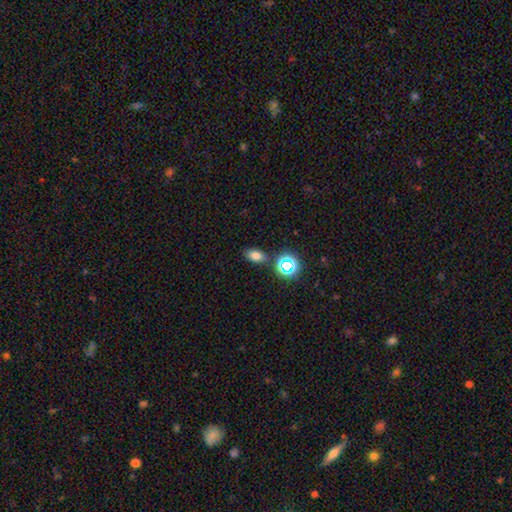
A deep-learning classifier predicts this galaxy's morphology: type=smooth (74%); roundness=in between (85%); merging=none (83%).